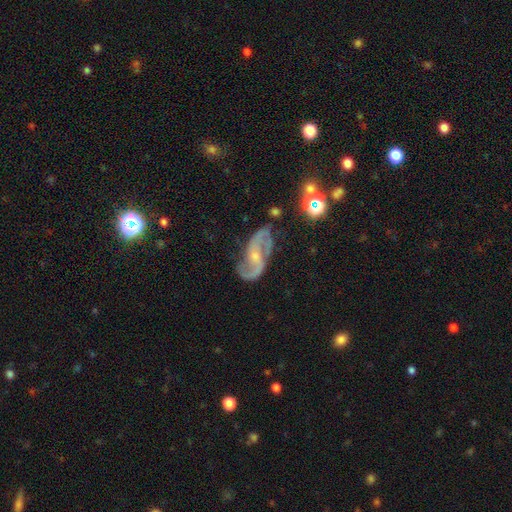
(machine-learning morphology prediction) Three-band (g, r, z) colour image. It shows a featured or disk galaxy (86%) with no bar (44%), 2 (88%) medium (46%) spiral arms (96%) and a small central bulge (60%). Merging: none (67%).